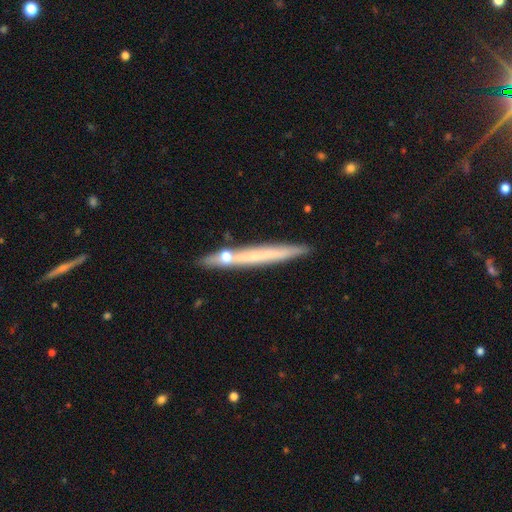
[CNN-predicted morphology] A smooth galaxy with no disk features (49%).

Vote fractions:
- Smooth or featured? smooth: 49% / featured or disk: 44% / star or artifact: 7%
- Merging? none: 81% / minor disturbance: 10% / merger: 6% / major disturbance: 2%